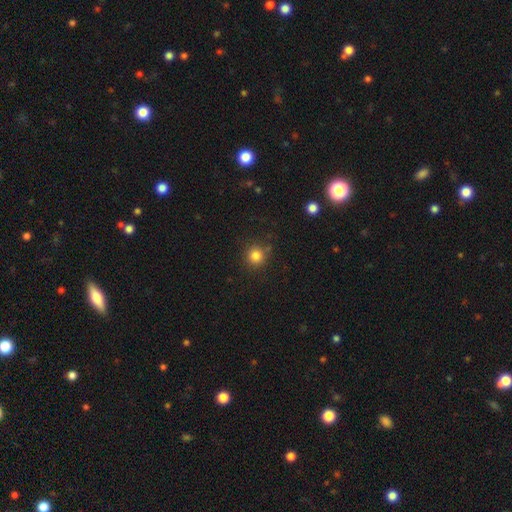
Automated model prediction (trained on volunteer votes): Smooth or featured?
  - smooth: 83% *
  - star or artifact: 12%
  - featured or disk: 5%
How rounded?
  - round: 93% *
  - in between: 6%
  - cigar-shaped: 1%
Merging?
  - none: 84% *
  - minor disturbance: 10%
  - major disturbance: 3%
  - merger: 3%